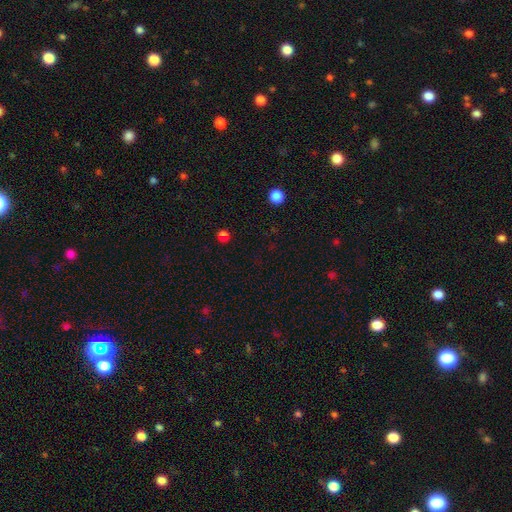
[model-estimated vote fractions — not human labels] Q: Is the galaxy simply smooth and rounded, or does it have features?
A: star or artifact — 56%.